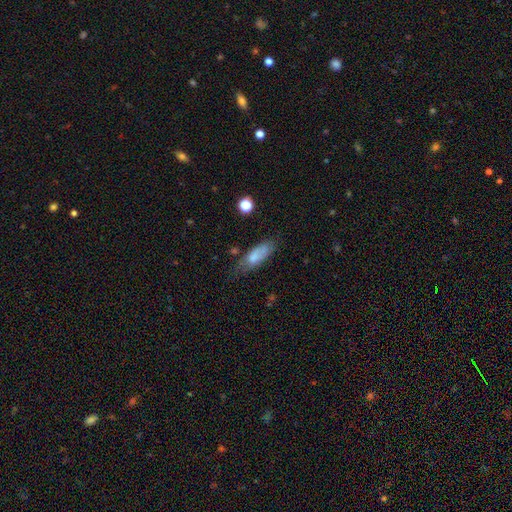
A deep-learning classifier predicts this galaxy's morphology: smooth-or-featured: smooth: 73% | featured or disk: 19% | star or artifact: 8%
  how-rounded: in between: 67% | cigar-shaped: 30% | round: 3%
  merging: none: 57% | minor disturbance: 29% | major disturbance: 10% | merger: 4%